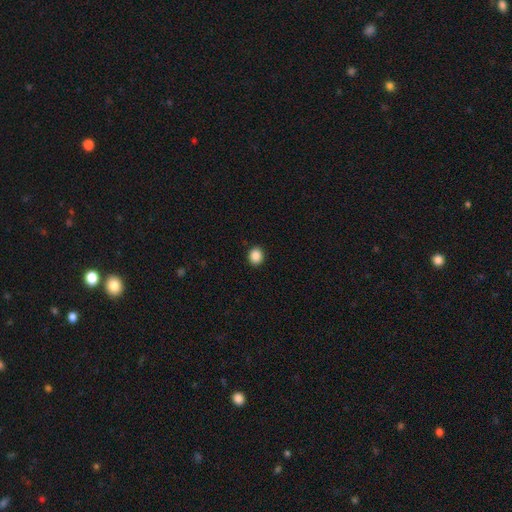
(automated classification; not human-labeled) Overall: smooth (88%). How rounded: round (76%). Merging: none (92%).